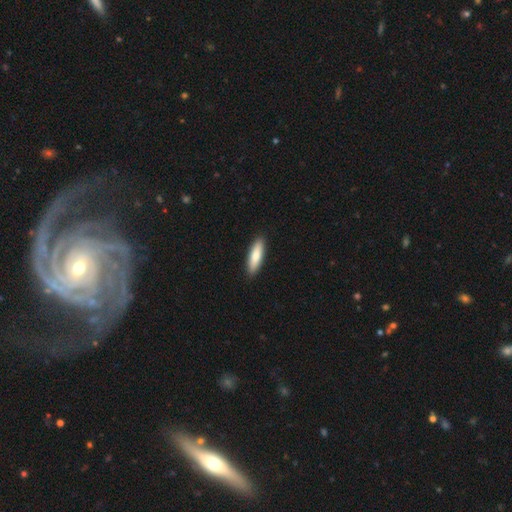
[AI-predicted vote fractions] The model was most divided on "how rounded": cigar-shaped: 63%, in between: 36%, round: 2%. More confident: merging — none (91%); smooth or featured — smooth (75%).